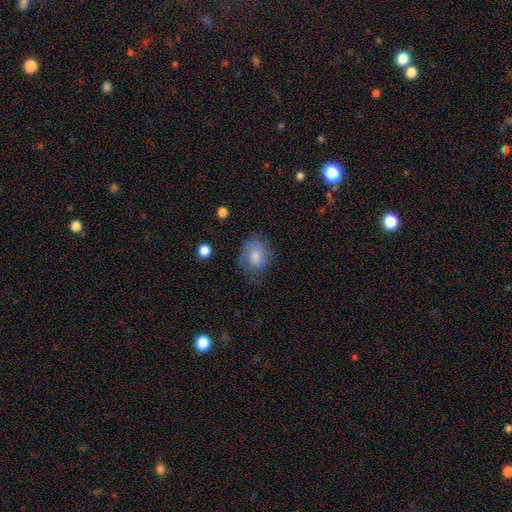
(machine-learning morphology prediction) A smooth galaxy with no disk features (72%) that is in between round and cigar-shaped (55%). Merging: none (53%).